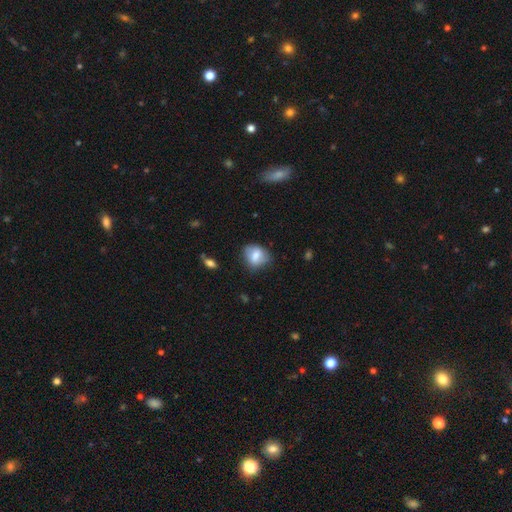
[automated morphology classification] This is likely a smooth galaxy (65%). How rounded: possibly round (52%). Merging: likely none (64%).